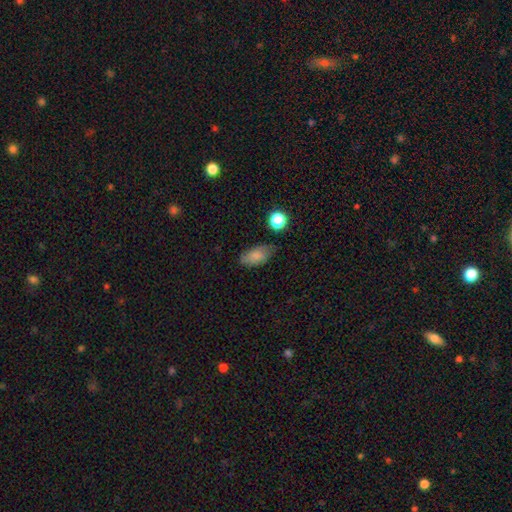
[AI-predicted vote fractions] This appears to be a smooth galaxy with no disk features (79%) that is in between round and cigar-shaped (90%). Merging: none (66%).